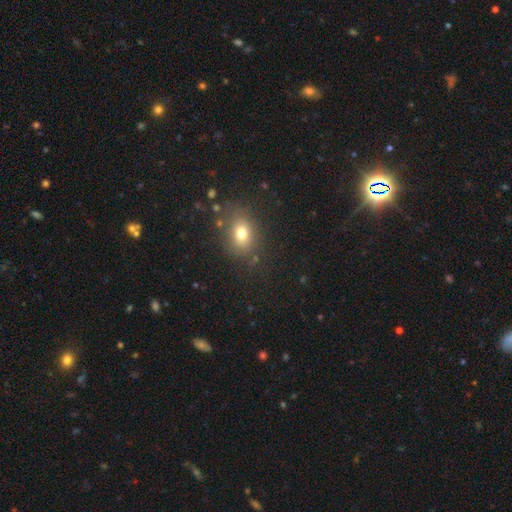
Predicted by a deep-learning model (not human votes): smooth-or-featured: smooth: 62% | star or artifact: 27% | featured or disk: 11%
  how-rounded: in between: 55% | round: 44% | cigar-shaped: 2%
  merging: none: 82% | minor disturbance: 11% | major disturbance: 4% | merger: 3%